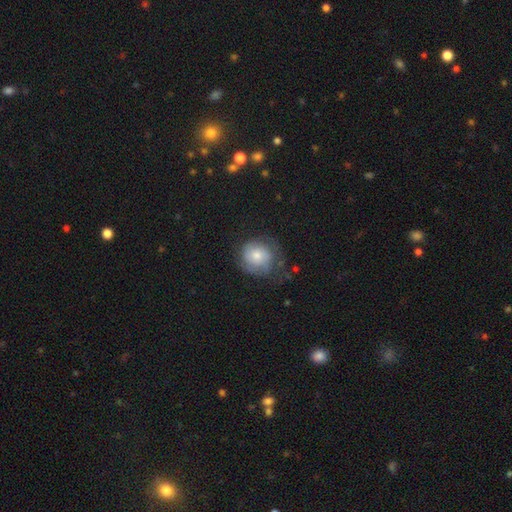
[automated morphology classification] Smooth or featured: featured or disk — 47% (smooth — 44%)
Merging: none — 59% (minor disturbance — 25%)